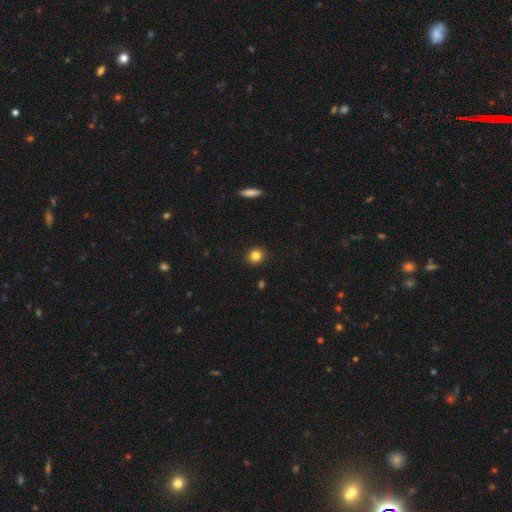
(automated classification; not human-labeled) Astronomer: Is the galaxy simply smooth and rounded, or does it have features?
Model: smooth — 84%.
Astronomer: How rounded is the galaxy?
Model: round — 84%.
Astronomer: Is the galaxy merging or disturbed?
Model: none — 92%.